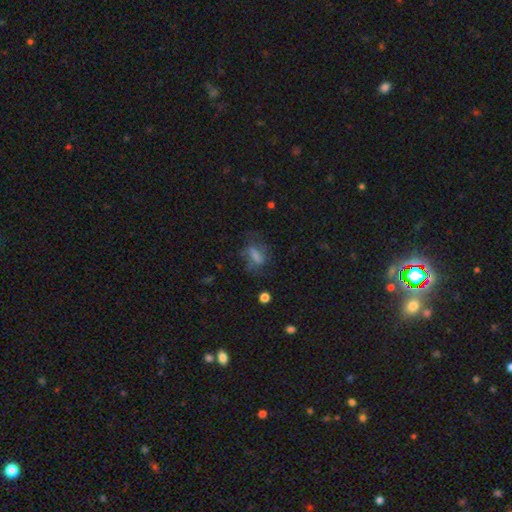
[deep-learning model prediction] Q: Smooth or featured?
A: smooth (53%); runner-up: featured or disk (33%)
Q: How rounded?
A: in between (63%); runner-up: cigar-shaped (23%)
Q: Merging?
A: none (49%); runner-up: minor disturbance (24%)